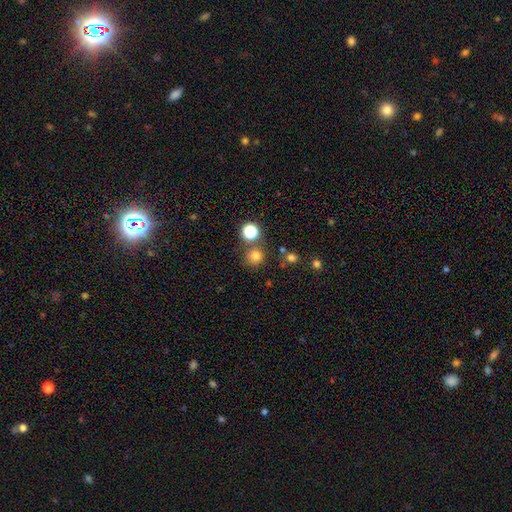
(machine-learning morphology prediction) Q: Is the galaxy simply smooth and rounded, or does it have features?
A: smooth — 74%.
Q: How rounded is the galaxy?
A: round — 92%.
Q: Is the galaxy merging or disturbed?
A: none — 77%.